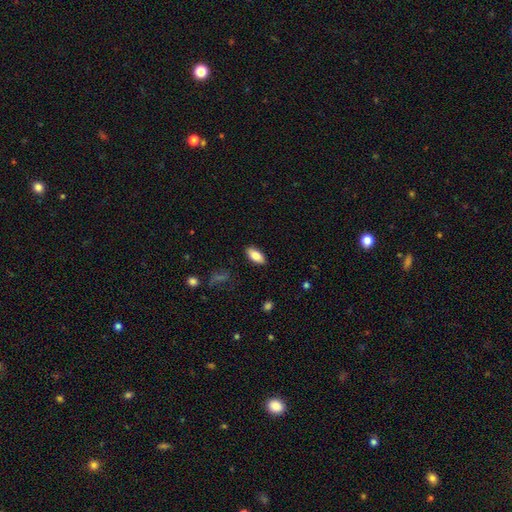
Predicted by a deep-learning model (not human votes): Overall: smooth (84%). How rounded: in between (88%). Merging: none (88%).